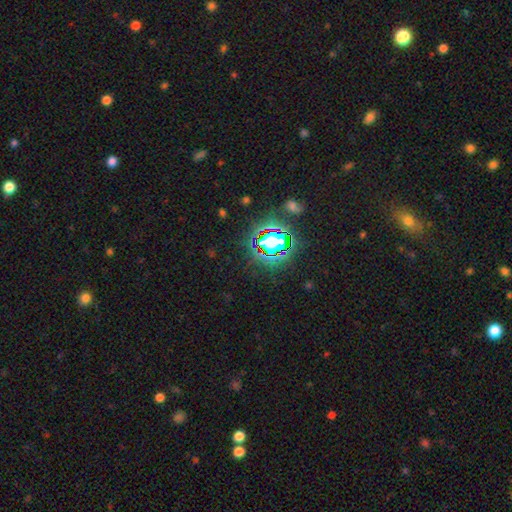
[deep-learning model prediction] smooth-or-featured: star or artifact: 79% | smooth: 14% | featured or disk: 8%